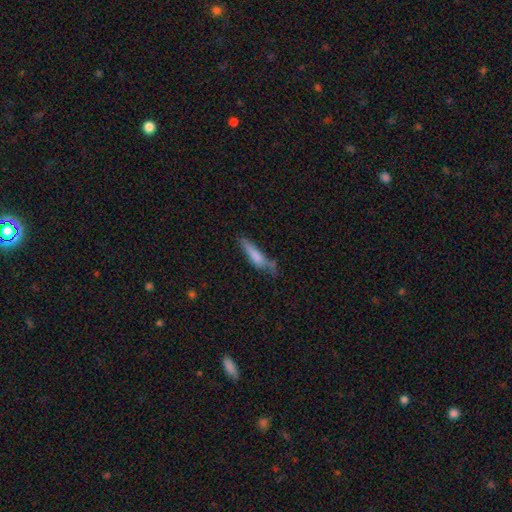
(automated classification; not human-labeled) Q: Smooth or featured?
A: smooth (71%); runner-up: featured or disk (22%)
Q: How rounded?
A: cigar-shaped (81%); runner-up: in between (17%)
Q: Merging?
A: none (48%); runner-up: minor disturbance (30%)